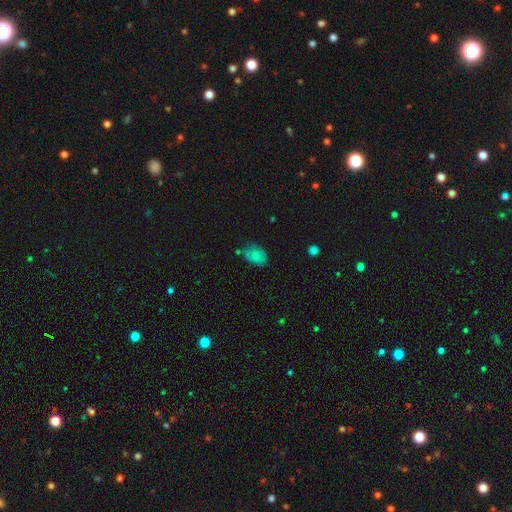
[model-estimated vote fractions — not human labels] This appears to be a smooth galaxy with no disk features (78%) that is in between round and cigar-shaped (81%). Merging: none (65%).